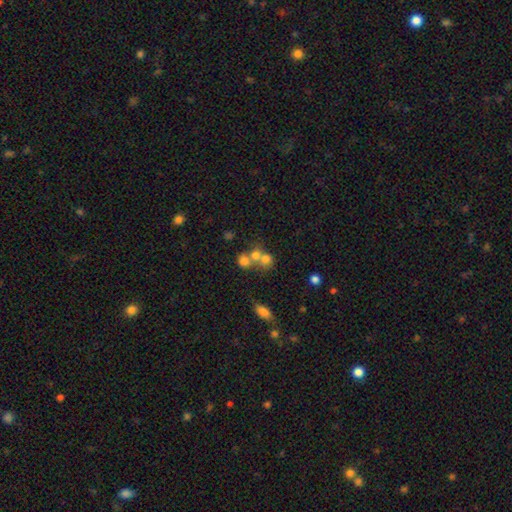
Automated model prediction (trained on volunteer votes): Q: Smooth or featured?
A: smooth (67%); runner-up: featured or disk (18%)
Q: How rounded?
A: round (75%); runner-up: in between (24%)
Q: Merging?
A: merger (57%); runner-up: none (32%)